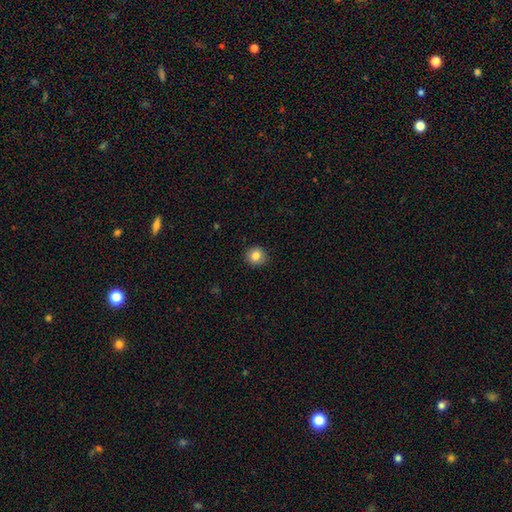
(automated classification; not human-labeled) smooth-or-featured: smooth: 84% | star or artifact: 9% | featured or disk: 6%
  how-rounded: round: 89% | in between: 10% | cigar-shaped: 1%
  merging: none: 91% | minor disturbance: 7% | major disturbance: 2% | merger: 1%